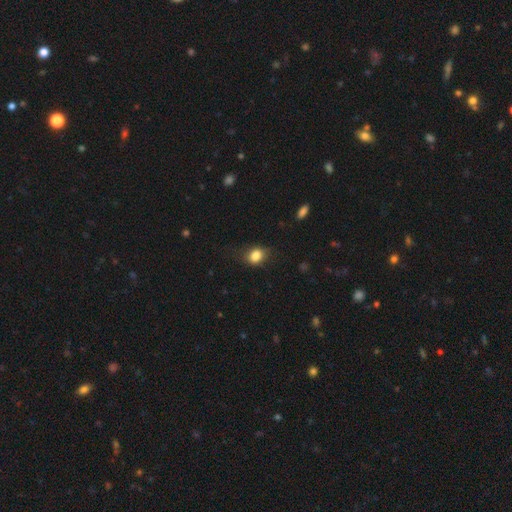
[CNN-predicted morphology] This is clearly a smooth galaxy (83%). How rounded: possibly in between (58%). Merging: likely none (69%).